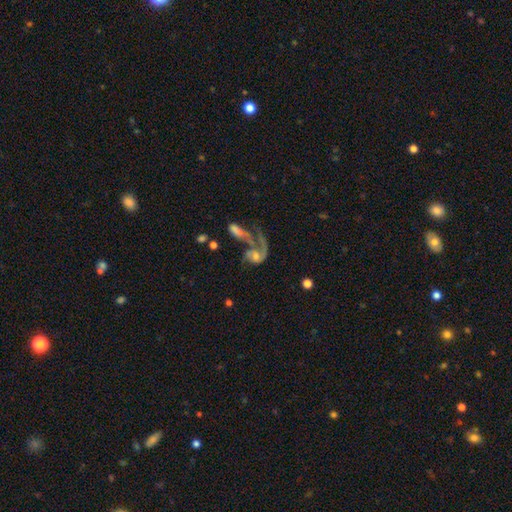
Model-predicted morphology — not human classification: This appears to be a featured or disk galaxy (67%) with no bar (71%), spiral arms (74%) and a moderate central bulge (42%). Merging: merger (44%).